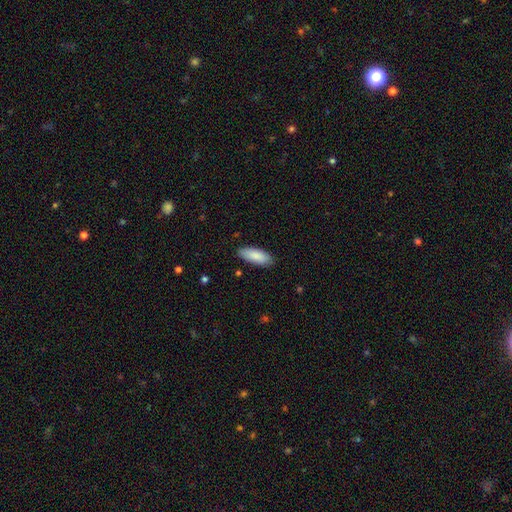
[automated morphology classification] Smooth or featured: smooth — 88% (featured or disk — 7%)
How rounded: in between — 74% (cigar-shaped — 25%)
Merging: none — 86% (minor disturbance — 11%)